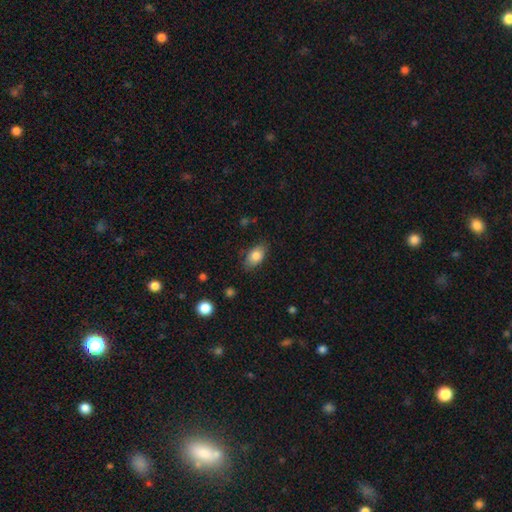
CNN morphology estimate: Q: Smooth or featured?
A: smooth (83%); runner-up: featured or disk (9%)
Q: How rounded?
A: in between (89%); runner-up: round (9%)
Q: Merging?
A: none (78%); runner-up: minor disturbance (17%)